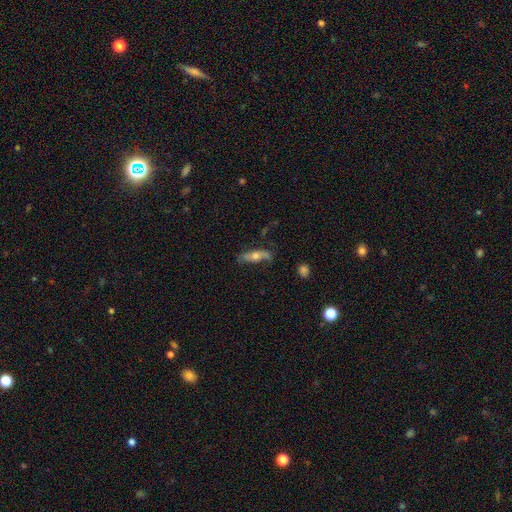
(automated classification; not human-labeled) The model was most divided on "smooth or featured": smooth: 49%, featured or disk: 44%, star or artifact: 7%. More confident: merging — none (64%).